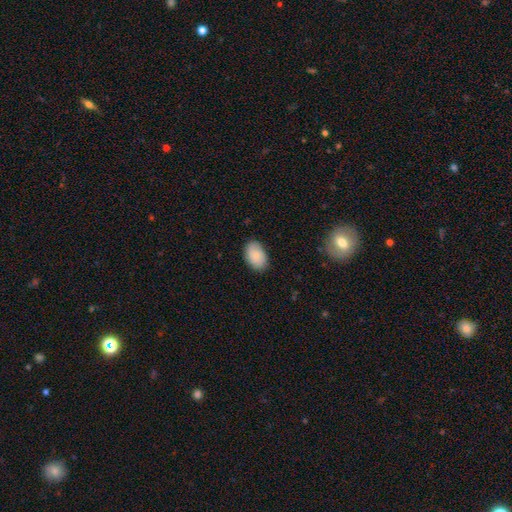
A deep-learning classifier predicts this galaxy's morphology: smooth_or_featured: smooth (p=0.84) [alt: featured or disk p=0.09]
how_rounded: in between (p=0.89) [alt: round p=0.10]
merging: none (p=0.85) [alt: minor disturbance p=0.12]